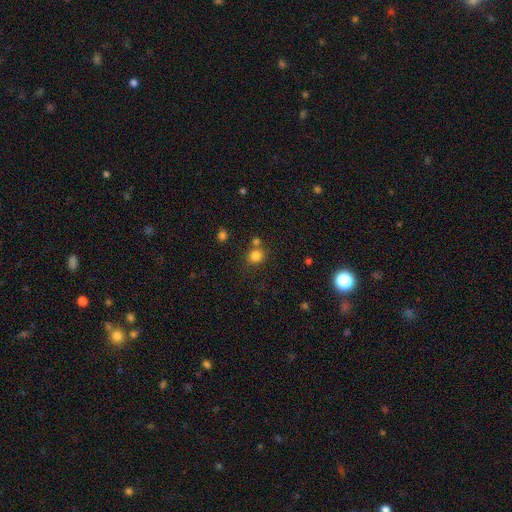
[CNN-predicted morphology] Smooth or featured? smooth (82%)
How rounded? round (82%)
Merging? none (67%)